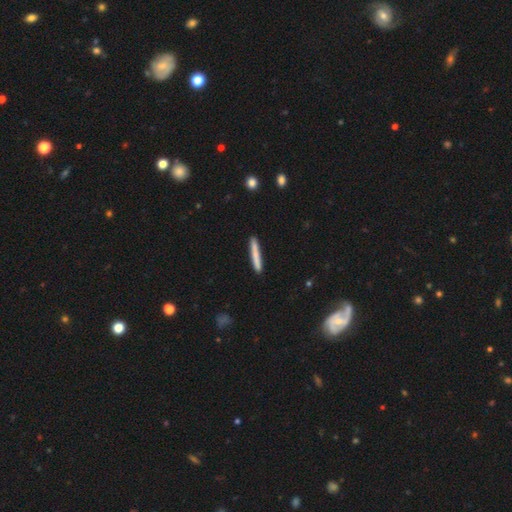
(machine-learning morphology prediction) smooth-or-featured: smooth: 75% | featured or disk: 19% | star or artifact: 6%
  how-rounded: cigar-shaped: 96% | in between: 3% | round: 1%
  merging: none: 90% | minor disturbance: 7% | merger: 2% | major disturbance: 1%